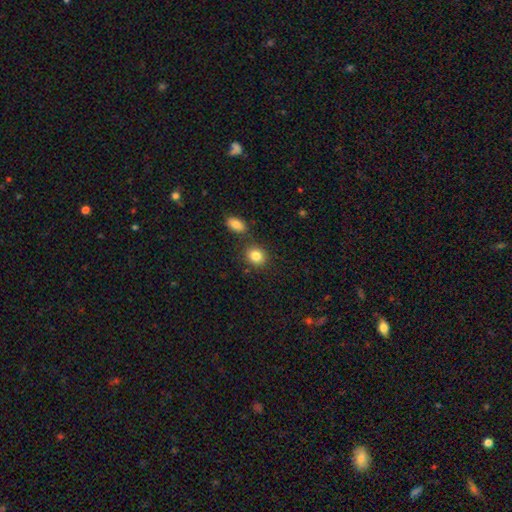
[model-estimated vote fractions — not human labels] This appears to be a smooth galaxy with no disk features (85%) that is round (63%). Merging: none (74%).